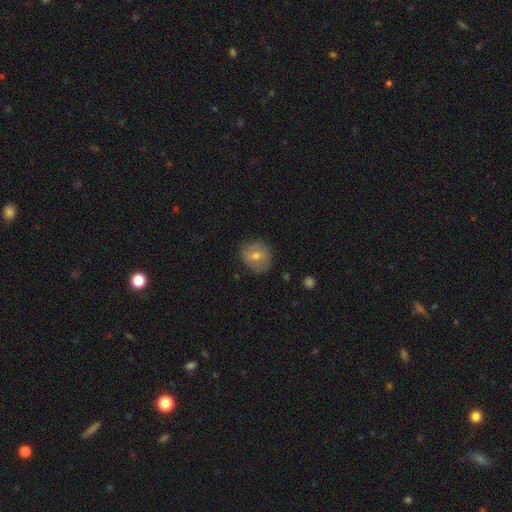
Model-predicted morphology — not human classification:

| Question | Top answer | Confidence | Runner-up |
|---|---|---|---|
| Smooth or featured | smooth | 63% | featured or disk (26%) |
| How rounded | round | 81% | in between (18%) |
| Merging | none | 83% | minor disturbance (13%) |